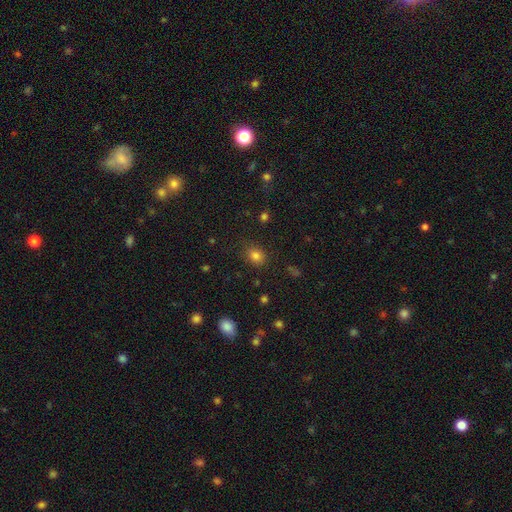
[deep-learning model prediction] smooth_or_featured: smooth (p=0.81) [alt: star or artifact p=0.14]
how_rounded: round (p=0.52) [alt: in between p=0.47]
merging: none (p=0.82) [alt: minor disturbance p=0.13]